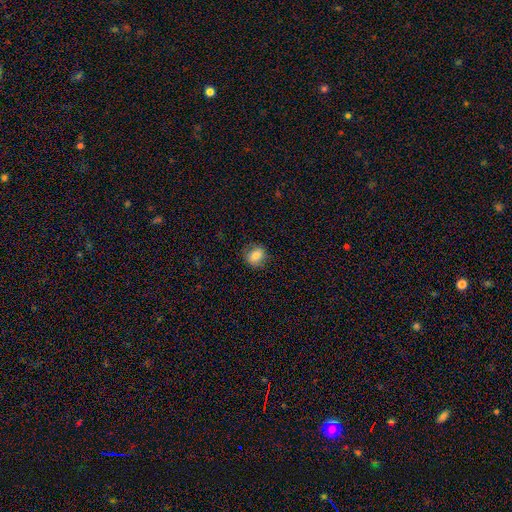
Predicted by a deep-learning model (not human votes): Smooth or featured? smooth (78%)
How rounded? round (62%)
Merging? none (82%)